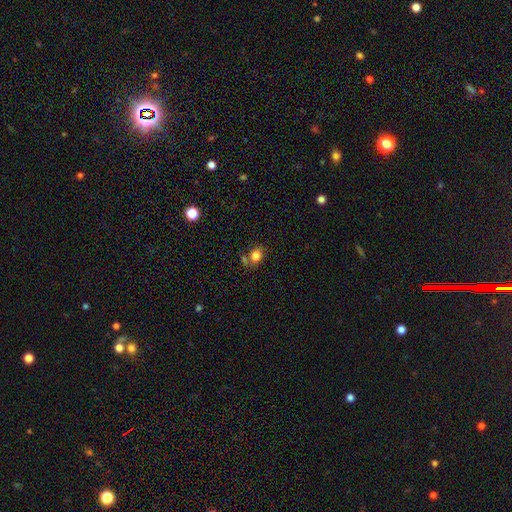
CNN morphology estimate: A smooth galaxy with no disk features (80%) that is round (55%). Merging: none (63%).